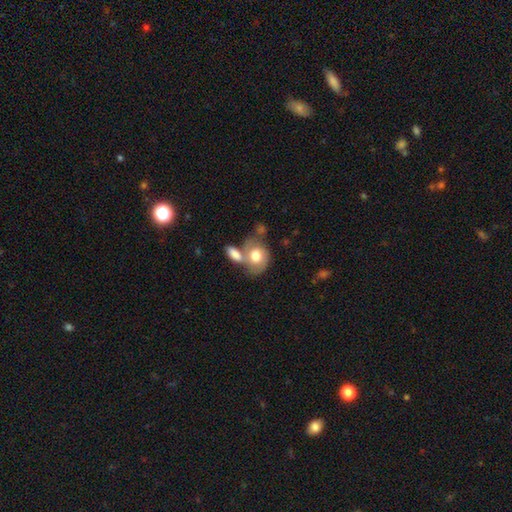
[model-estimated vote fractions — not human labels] smooth-or-featured: smooth: 63% | featured or disk: 30% | star or artifact: 6%
  how-rounded: in between: 69% | round: 30% | cigar-shaped: 2%
  merging: merger: 49% | none: 28% | minor disturbance: 14% | major disturbance: 9%